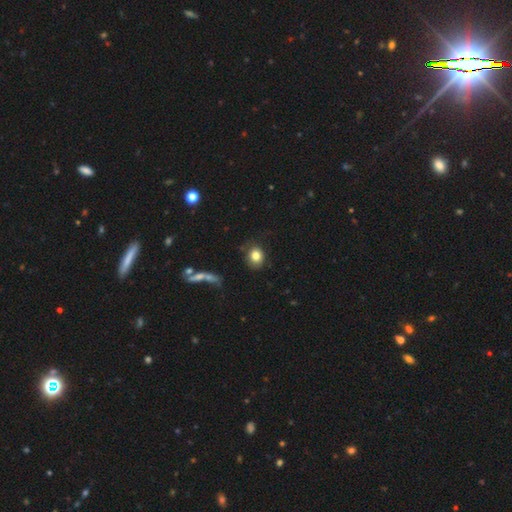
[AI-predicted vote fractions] Smooth or featured: smooth — 82% (star or artifact — 10%)
How rounded: round — 67% (in between — 31%)
Merging: none — 79% (minor disturbance — 14%)